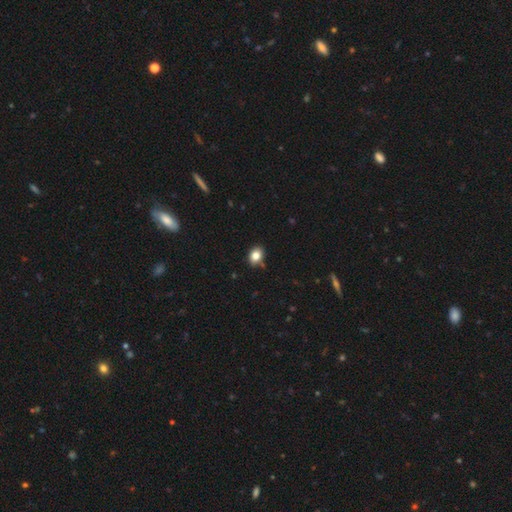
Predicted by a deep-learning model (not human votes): smooth_or_featured: smooth (p=0.82) [alt: star or artifact p=0.10]
how_rounded: in between (p=0.58) [alt: round p=0.41]
merging: none (p=0.82) [alt: minor disturbance p=0.13]